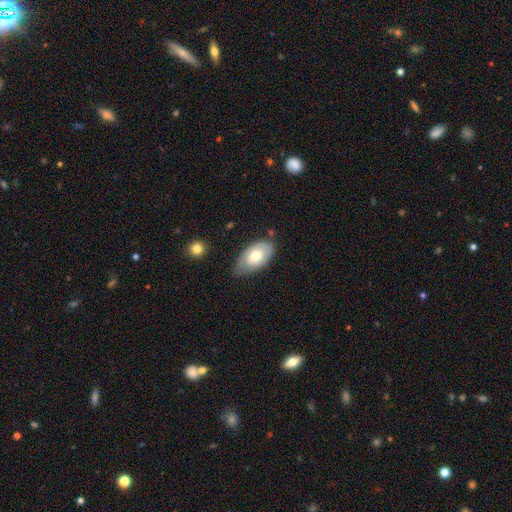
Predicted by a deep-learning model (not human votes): This is likely a smooth galaxy (61%). How rounded: clearly in between (94%). Merging: possibly none (55%).